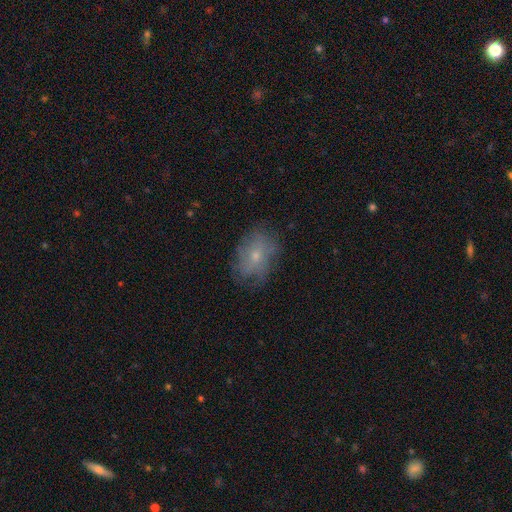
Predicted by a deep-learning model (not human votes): smooth_or_featured: smooth (p=0.48) [alt: featured or disk p=0.41]
merging: none (p=0.67) [alt: minor disturbance p=0.22]